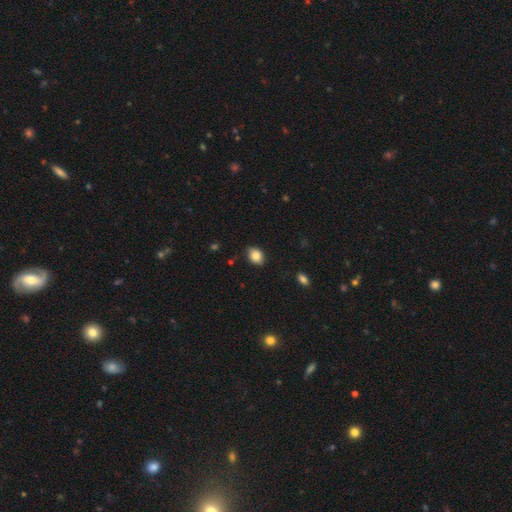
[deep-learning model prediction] The model was most divided on "how rounded": in between: 67%, round: 32%, cigar-shaped: 1%. More confident: smooth or featured — smooth (85%); merging — none (81%).